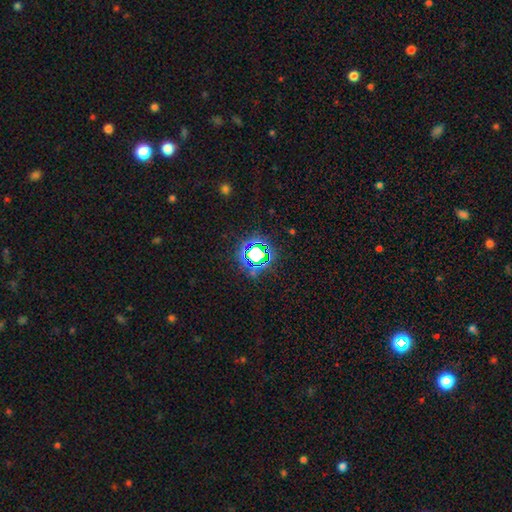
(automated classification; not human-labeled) Smooth or featured?
  - star or artifact: 67% *
  - smooth: 22%
  - featured or disk: 11%